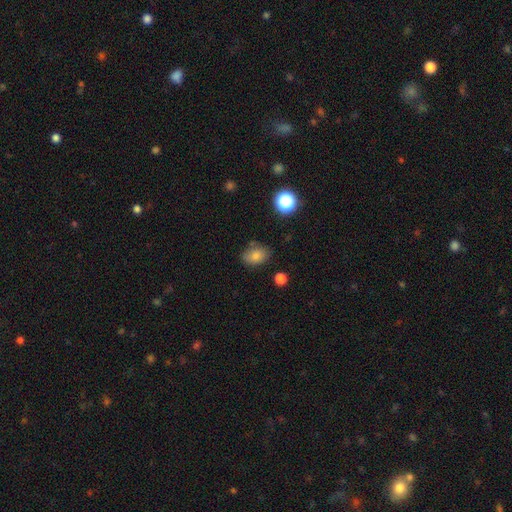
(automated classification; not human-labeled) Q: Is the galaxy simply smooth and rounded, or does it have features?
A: smooth — 80%.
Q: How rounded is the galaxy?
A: in between — 78%.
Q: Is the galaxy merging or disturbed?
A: none — 76%.